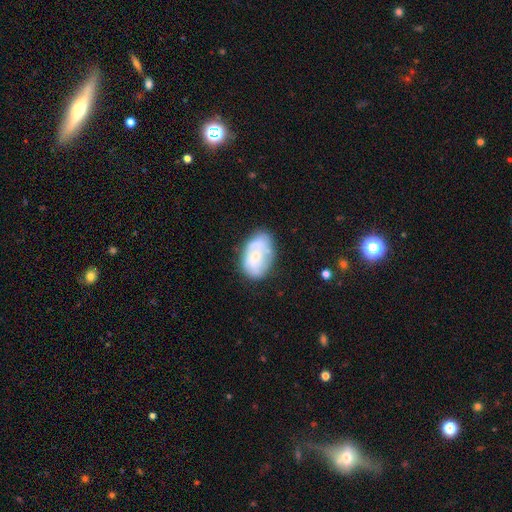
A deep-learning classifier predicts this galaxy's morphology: Smooth or featured? smooth (49%)
Merging? none (53%)